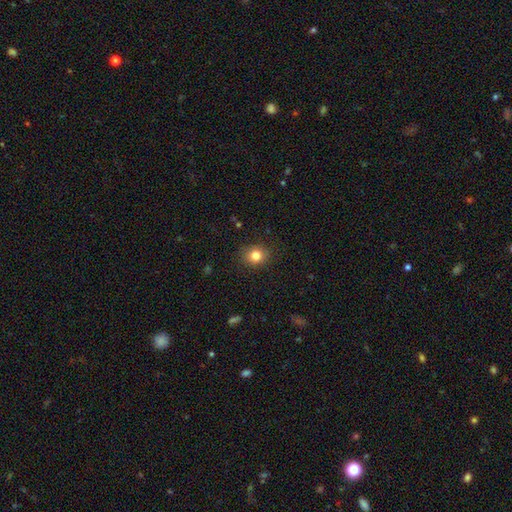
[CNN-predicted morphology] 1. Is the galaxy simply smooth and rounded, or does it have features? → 82% smooth, 11% star or artifact, 6% featured or disk.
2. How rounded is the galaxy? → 71% round, 28% in between, 1% cigar-shaped.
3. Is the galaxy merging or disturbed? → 87% none, 9% minor disturbance, 3% major disturbance, 1% merger.